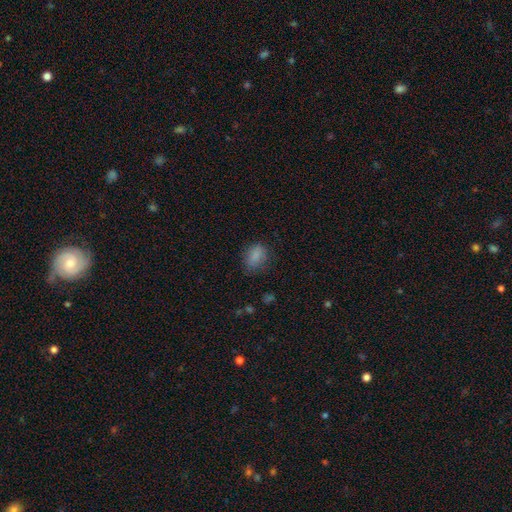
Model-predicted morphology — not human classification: Smooth or featured? smooth (83%)
How rounded? in between (76%)
Merging? none (71%)